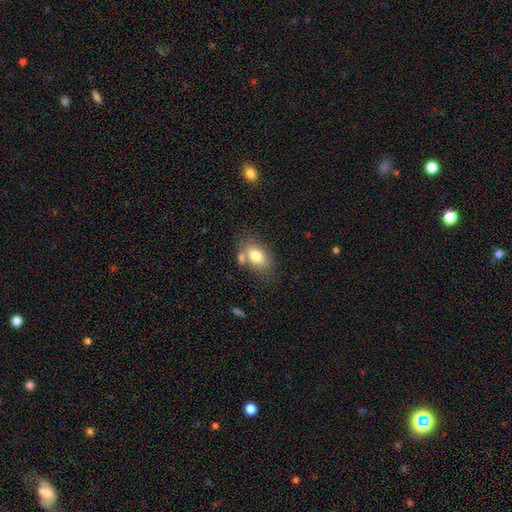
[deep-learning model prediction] Smooth or featured?
  - smooth: 78% *
  - featured or disk: 14%
  - star or artifact: 8%
How rounded?
  - in between: 84% *
  - round: 14%
  - cigar-shaped: 2%
Merging?
  - none: 56% *
  - merger: 22%
  - minor disturbance: 16%
  - major disturbance: 6%